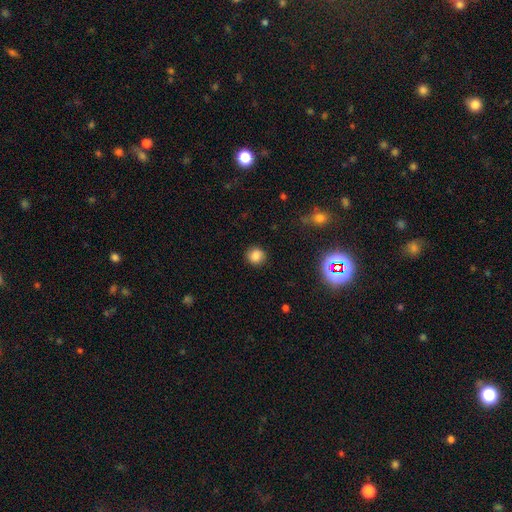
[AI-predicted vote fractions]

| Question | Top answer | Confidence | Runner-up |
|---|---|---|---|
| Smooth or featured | smooth | 83% | star or artifact (12%) |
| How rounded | round | 90% | in between (9%) |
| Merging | none | 89% | minor disturbance (8%) |